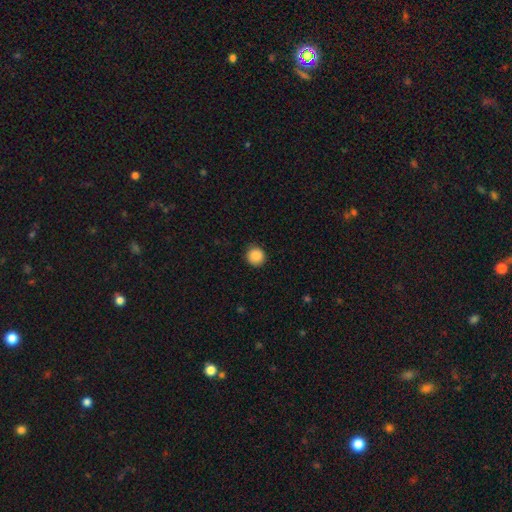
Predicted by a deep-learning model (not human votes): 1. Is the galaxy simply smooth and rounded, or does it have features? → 88% smooth, 9% star or artifact, 3% featured or disk.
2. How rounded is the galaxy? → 93% round, 6% in between, 1% cigar-shaped.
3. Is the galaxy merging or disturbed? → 89% none, 8% minor disturbance, 2% major disturbance, 1% merger.